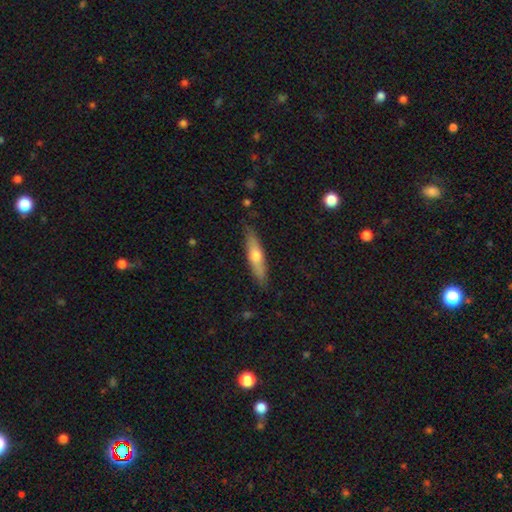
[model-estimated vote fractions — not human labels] This appears to be a smooth galaxy with no disk features (55%) that is cigar-shaped (80%). Merging: none (84%).